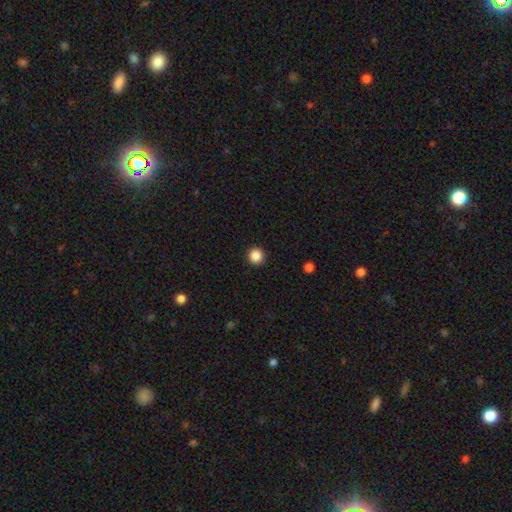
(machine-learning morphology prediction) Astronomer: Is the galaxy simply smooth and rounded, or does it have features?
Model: smooth — 87%.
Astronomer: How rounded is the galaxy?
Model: round — 95%.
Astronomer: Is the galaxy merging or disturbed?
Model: none — 93%.